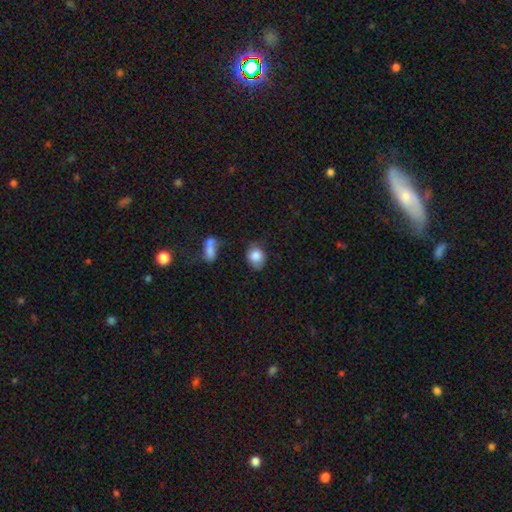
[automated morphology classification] Q: Smooth or featured?
A: smooth (82%); runner-up: featured or disk (10%)
Q: How rounded?
A: round (52%); runner-up: in between (47%)
Q: Merging?
A: none (57%); runner-up: minor disturbance (28%)